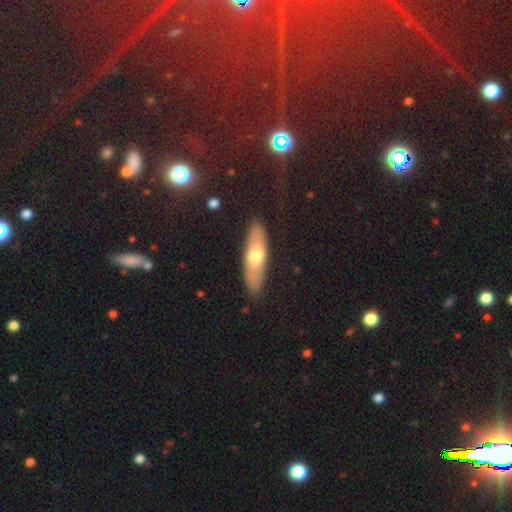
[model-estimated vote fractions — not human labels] The model was most divided on "how rounded" (2-way tie): cigar-shaped: 49%, in between: 49%, round: 3%. More confident: merging — none (86%); smooth or featured — smooth (56%).